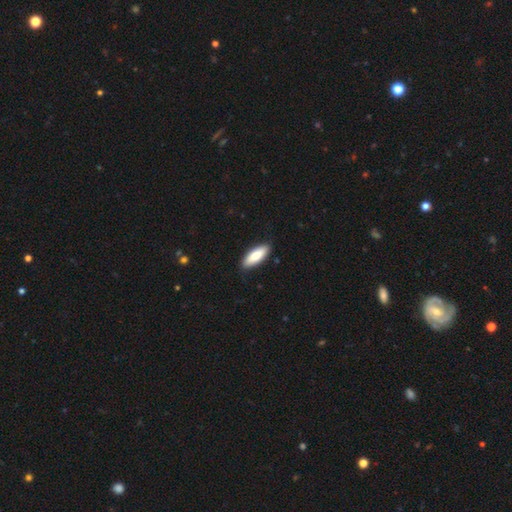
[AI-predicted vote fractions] This is likely a smooth galaxy (75%). How rounded: likely in between (70%). Merging: clearly none (87%).